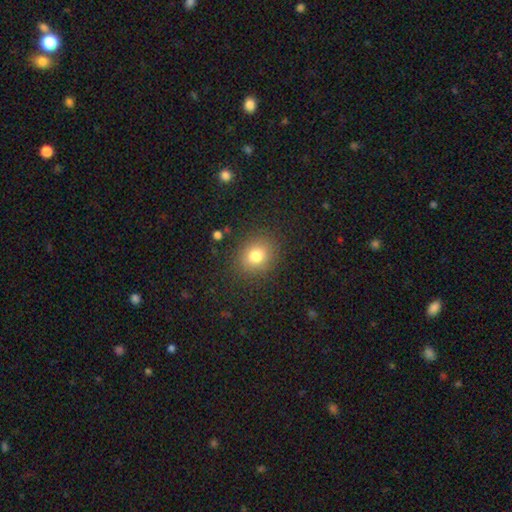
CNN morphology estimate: This is likely a smooth galaxy (79%). How rounded: likely round (64%). Merging: clearly none (86%).